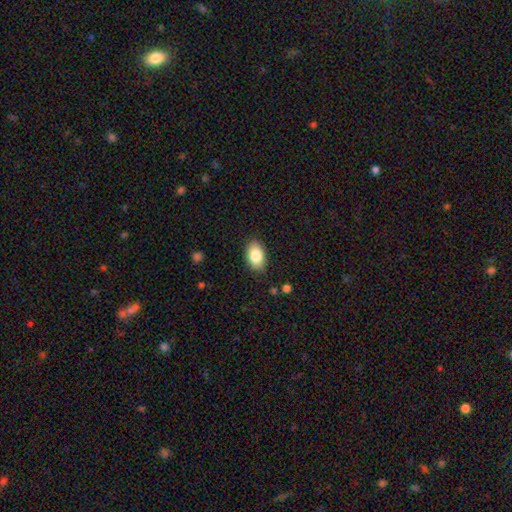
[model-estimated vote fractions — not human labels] Smooth or featured?
  - smooth: 83% *
  - featured or disk: 10%
  - star or artifact: 7%
How rounded?
  - in between: 92% *
  - round: 7%
  - cigar-shaped: 1%
Merging?
  - none: 87% *
  - minor disturbance: 10%
  - major disturbance: 2%
  - merger: 1%